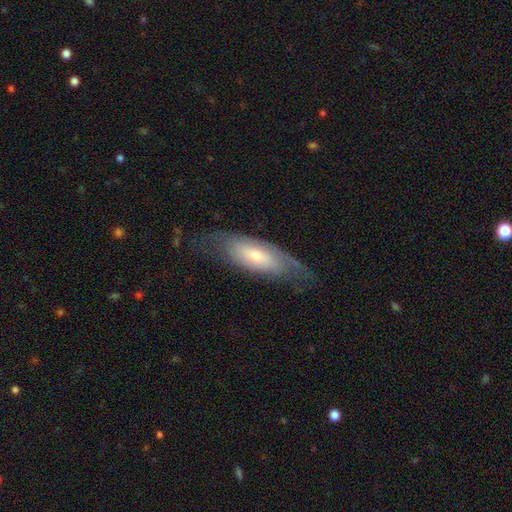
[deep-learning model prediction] Overall: featured or disk (53%; smooth 41%). Edge-on disk: no (75%). Merging: none (60%; minor disturbance 23%).